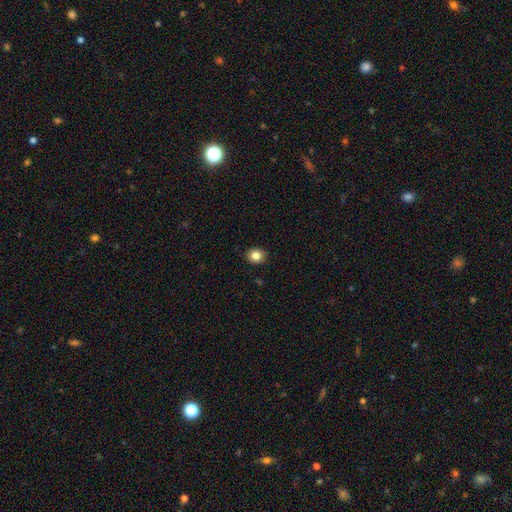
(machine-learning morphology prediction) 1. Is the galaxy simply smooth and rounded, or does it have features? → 83% smooth, 10% star or artifact, 6% featured or disk.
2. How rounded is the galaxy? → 71% round, 28% in between, 1% cigar-shaped.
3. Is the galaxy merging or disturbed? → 90% none, 7% minor disturbance, 2% major disturbance, 1% merger.